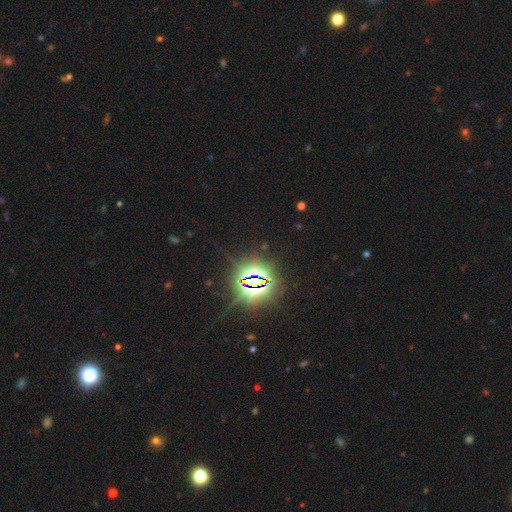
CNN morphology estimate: Smooth or featured?
  - star or artifact: 84% *
  - smooth: 10%
  - featured or disk: 6%